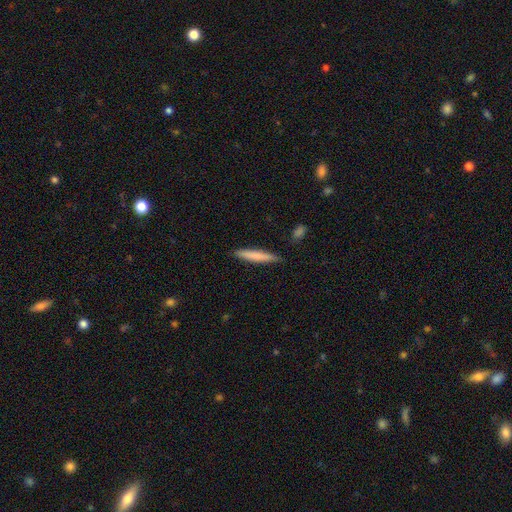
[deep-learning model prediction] The model was most divided on "smooth or featured": smooth: 77%, featured or disk: 18%, star or artifact: 5%. More confident: how rounded — cigar-shaped (93%); merging — none (86%).